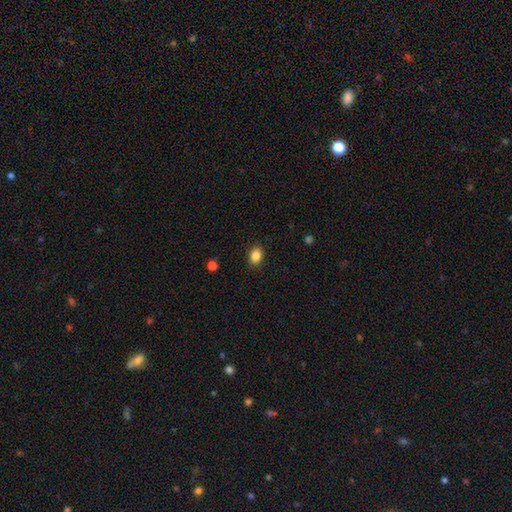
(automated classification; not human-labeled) Overall: smooth (86%). How rounded: in between (73%). Merging: none (88%).